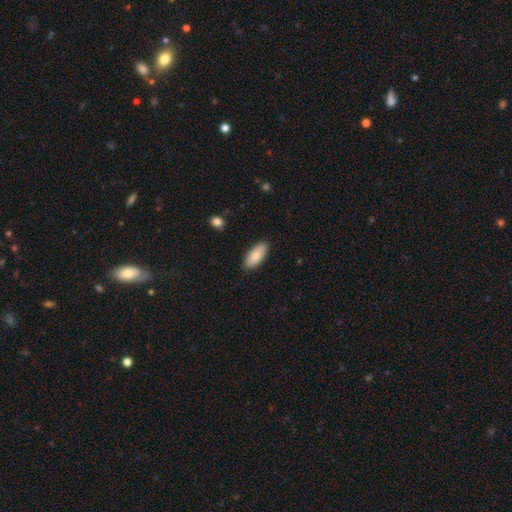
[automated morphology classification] This is clearly a smooth galaxy (84%). How rounded: clearly in between (85%). Merging: clearly none (87%).